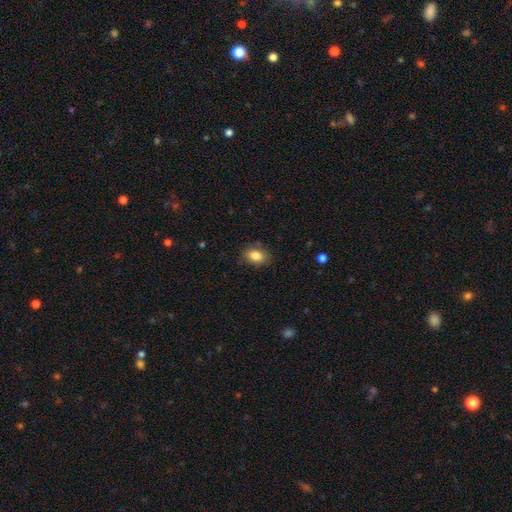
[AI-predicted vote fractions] This appears to be a smooth galaxy with no disk features (84%) that is in between round and cigar-shaped (77%). Merging: none (82%).